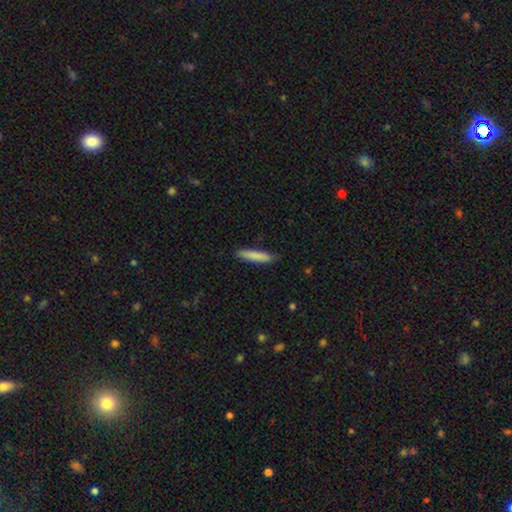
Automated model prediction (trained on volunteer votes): Smooth or featured: smooth — 85% (featured or disk — 9%)
How rounded: cigar-shaped — 87% (in between — 12%)
Merging: none — 88% (minor disturbance — 9%)